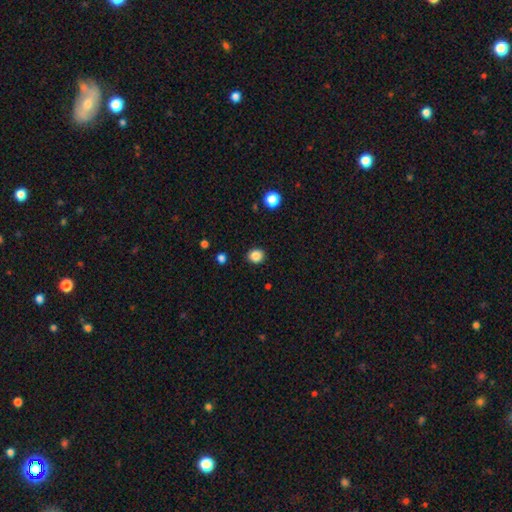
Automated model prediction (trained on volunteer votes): Overall: smooth (86%). How rounded: round (82%). Merging: none (91%).